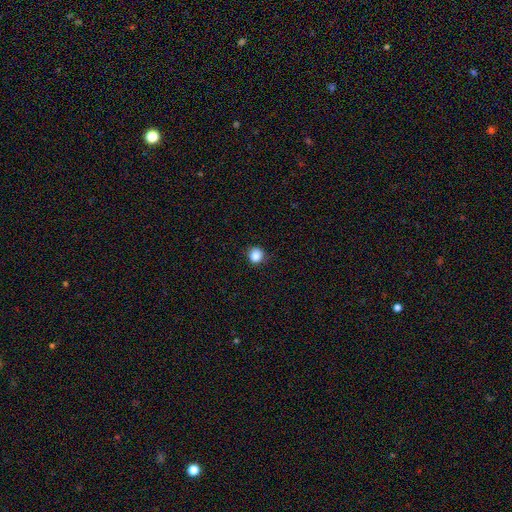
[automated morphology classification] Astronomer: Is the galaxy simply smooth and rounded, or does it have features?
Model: smooth — 86%.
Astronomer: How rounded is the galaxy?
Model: round — 91%.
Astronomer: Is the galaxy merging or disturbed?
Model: none — 89%.